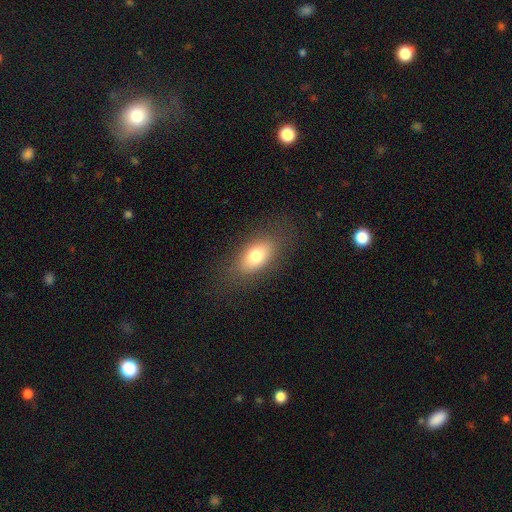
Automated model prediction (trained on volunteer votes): Smooth or featured? smooth (76%)
How rounded? in between (88%)
Merging? none (81%)